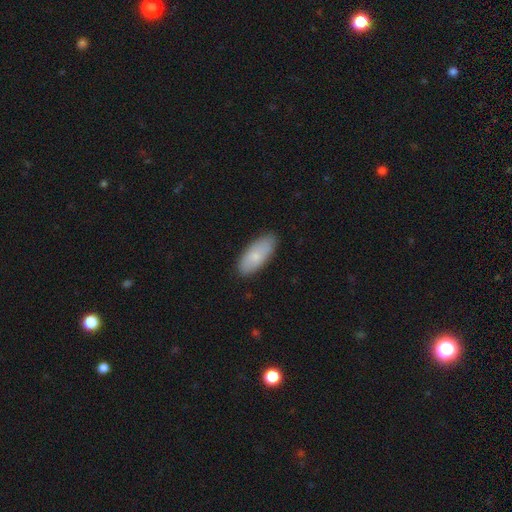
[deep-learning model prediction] The model was most divided on "smooth or featured": smooth: 80%, featured or disk: 14%, star or artifact: 6%. More confident: merging — none (84%); how rounded — in between (83%).